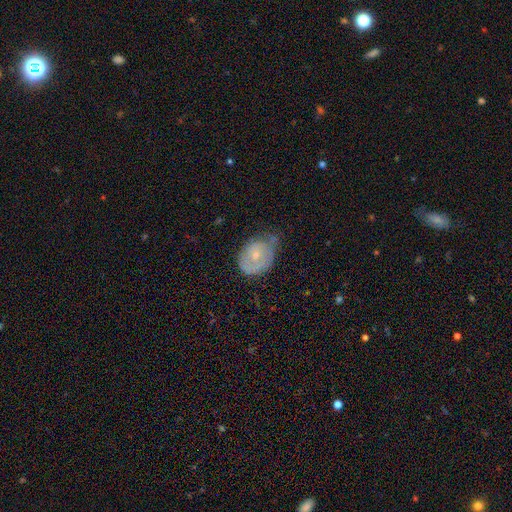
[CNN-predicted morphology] This is possibly a smooth galaxy (49%). Merging: marginally minor disturbance (43%).